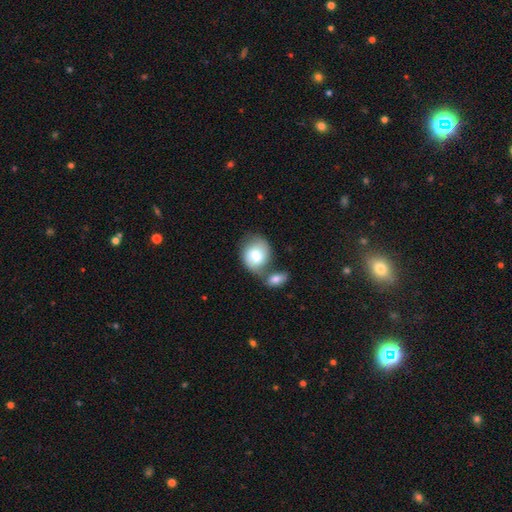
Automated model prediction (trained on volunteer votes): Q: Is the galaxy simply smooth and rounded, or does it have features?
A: smooth — 74%.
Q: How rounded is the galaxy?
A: round — 53%.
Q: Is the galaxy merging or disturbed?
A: merger — 44%.